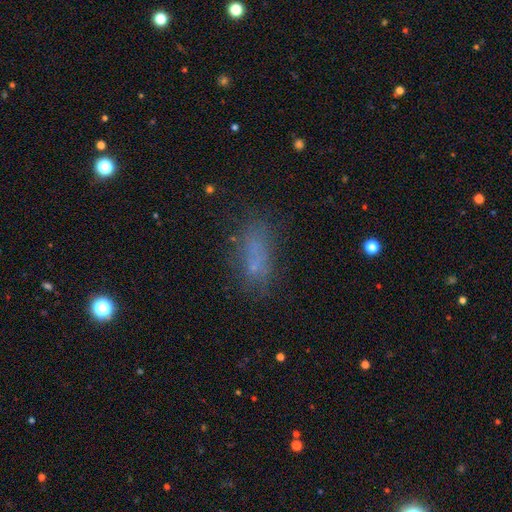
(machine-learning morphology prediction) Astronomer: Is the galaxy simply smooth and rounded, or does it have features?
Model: smooth — 62%.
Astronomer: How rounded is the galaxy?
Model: in between — 74%.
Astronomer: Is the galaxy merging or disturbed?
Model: none — 60%.